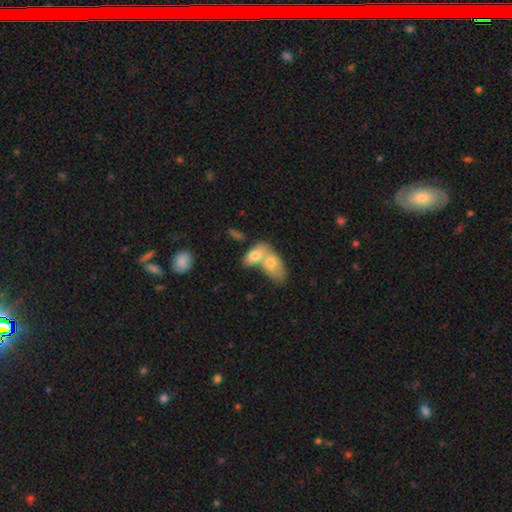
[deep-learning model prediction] A smooth galaxy with no disk features (72%) that is in between round and cigar-shaped (88%). Merging: merger (67%).